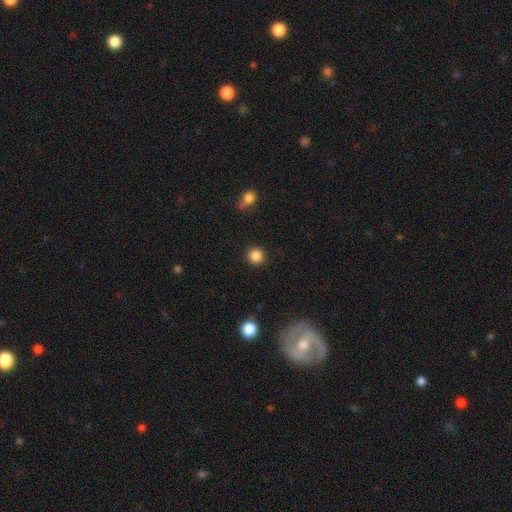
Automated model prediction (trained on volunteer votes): Smooth or featured?
  - smooth: 86% *
  - star or artifact: 11%
  - featured or disk: 3%
How rounded?
  - round: 94% *
  - in between: 5%
  - cigar-shaped: 1%
Merging?
  - none: 91% *
  - minor disturbance: 6%
  - major disturbance: 2%
  - merger: 1%